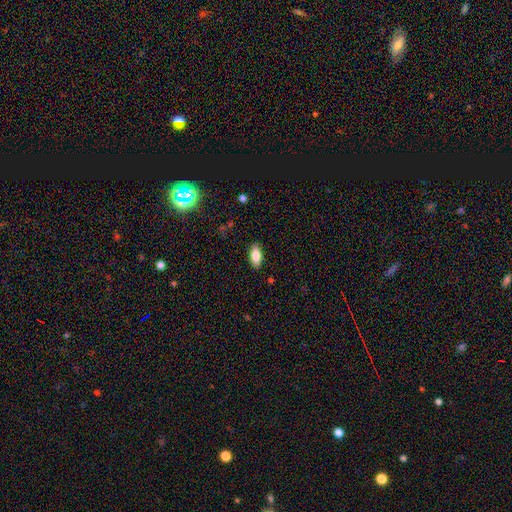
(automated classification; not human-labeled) Smooth or featured: smooth — 83% (featured or disk — 10%)
How rounded: in between — 88% (cigar-shaped — 9%)
Merging: none — 87% (minor disturbance — 9%)